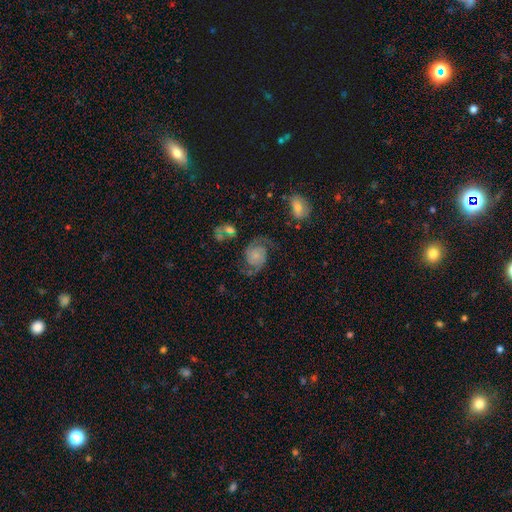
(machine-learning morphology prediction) A featured or disk galaxy (84%) with no bar (75%), 2 (93%) medium (50%) spiral arms (97%) and a small central bulge (53%).

Vote fractions:
- Smooth or featured? featured or disk: 84% / smooth: 9% / star or artifact: 7%
- Edge-on disk? no: 98% / yes: 2%
- Bar? no: 75% / weak: 20% / strong: 5%
- Spiral arms? yes: 97% / no: 3%
- Spiral winding? medium: 50% / loose: 27% / tight: 23%
- Spiral arm count? 2: 93% / can't tell: 2% / 1: 1% / 3: 1% / 4: 1% / more than 4: 1%
- Bulge size? small: 53% / none: 22% / moderate: 17% / large: 5% / dominant: 3%
- Merging? none: 68% / minor disturbance: 17% / major disturbance: 11% / merger: 4%